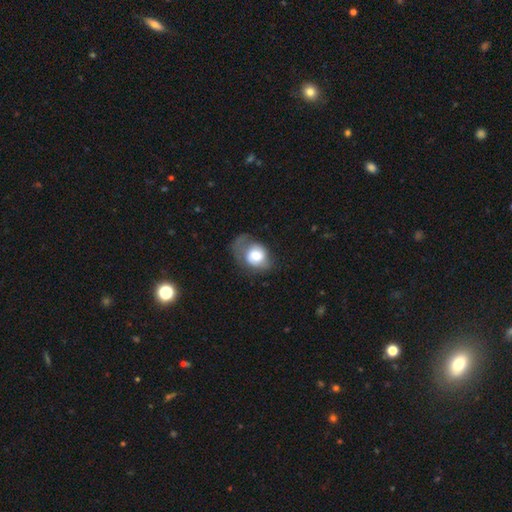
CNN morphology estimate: This is likely a smooth galaxy (64%). How rounded: possibly round (52%). Merging: marginally major disturbance (42%).